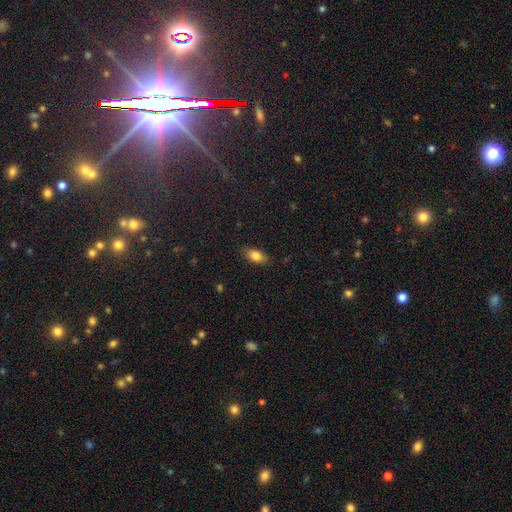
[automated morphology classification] The model was most divided on "merging": none: 84%, minor disturbance: 12%, major disturbance: 3%, merger: 1%. More confident: how rounded — in between (87%); smooth or featured — smooth (82%).